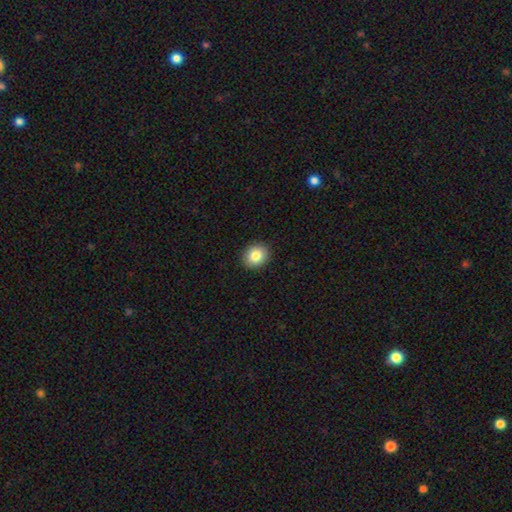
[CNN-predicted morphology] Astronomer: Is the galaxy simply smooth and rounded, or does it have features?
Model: smooth — 83%.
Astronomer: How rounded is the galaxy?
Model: round — 67%.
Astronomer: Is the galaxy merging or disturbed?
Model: none — 91%.